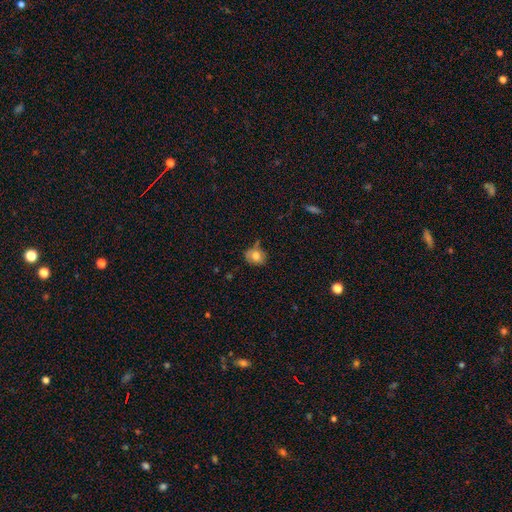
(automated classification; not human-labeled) A smooth galaxy with no disk features (74%) that is round (58%).

Vote fractions:
- Smooth or featured? smooth: 74% / featured or disk: 16% / star or artifact: 10%
- How rounded? round: 58% / in between: 41% / cigar-shaped: 1%
- Merging? none: 60% / minor disturbance: 28% / major disturbance: 7% / merger: 5%